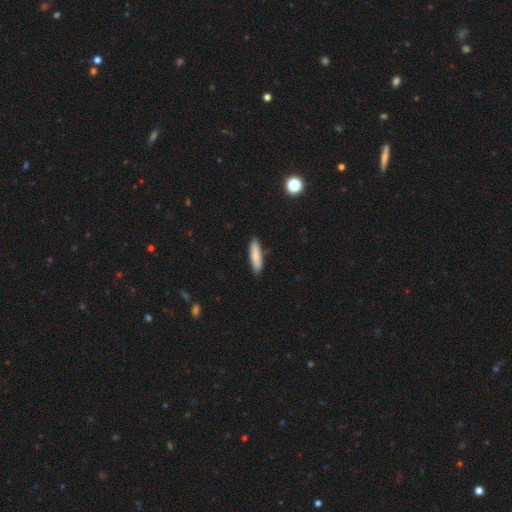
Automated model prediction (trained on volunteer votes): Smooth or featured: smooth — 82% (featured or disk — 11%)
How rounded: cigar-shaped — 70% (in between — 29%)
Merging: none — 87% (minor disturbance — 10%)